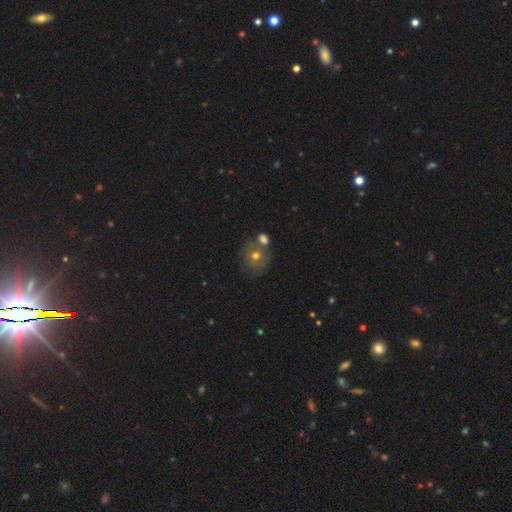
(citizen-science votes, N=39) Smooth or featured: smooth — 69% (featured or disk — 18%)
How rounded: round — 89% (in between — 11%)
Merging: none — 79% (merger — 12%)